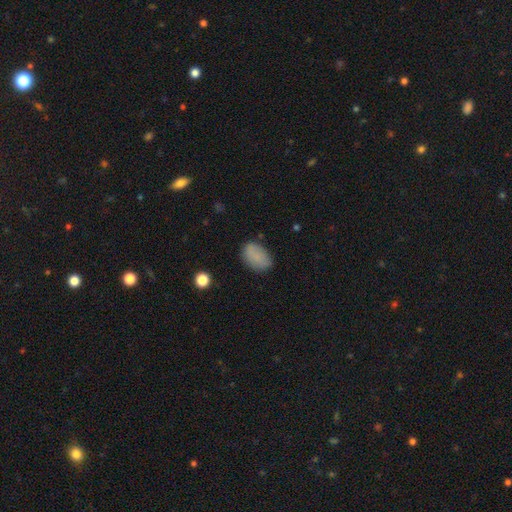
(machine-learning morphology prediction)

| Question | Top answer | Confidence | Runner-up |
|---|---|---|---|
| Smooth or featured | smooth | 84% | star or artifact (8%) |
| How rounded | in between | 88% | round (10%) |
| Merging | none | 77% | minor disturbance (17%) |